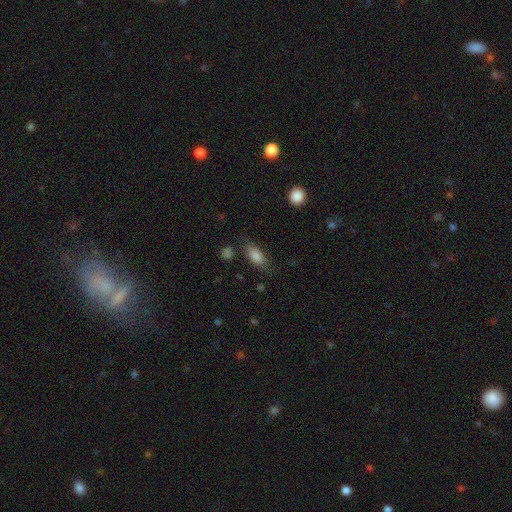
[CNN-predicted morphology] Smooth or featured? Predicted: smooth (p=0.82). How rounded? Predicted: in between (p=0.83). Merging? Predicted: none (p=0.69).